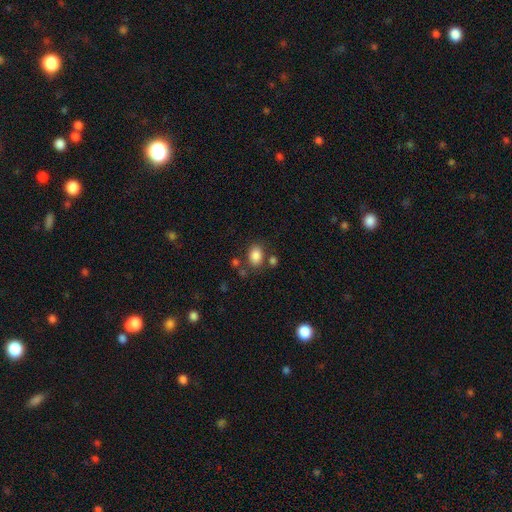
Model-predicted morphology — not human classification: smooth 84%, star or artifact 10%, featured or disk 6%. Down the decision tree: how rounded — in between (68%); merging — none (72%).